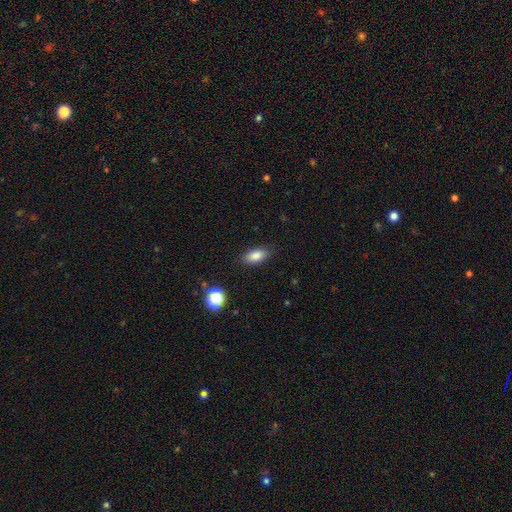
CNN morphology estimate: Q: Smooth or featured?
A: smooth (84%); runner-up: star or artifact (9%)
Q: How rounded?
A: in between (86%); runner-up: cigar-shaped (9%)
Q: Merging?
A: none (85%); runner-up: minor disturbance (11%)